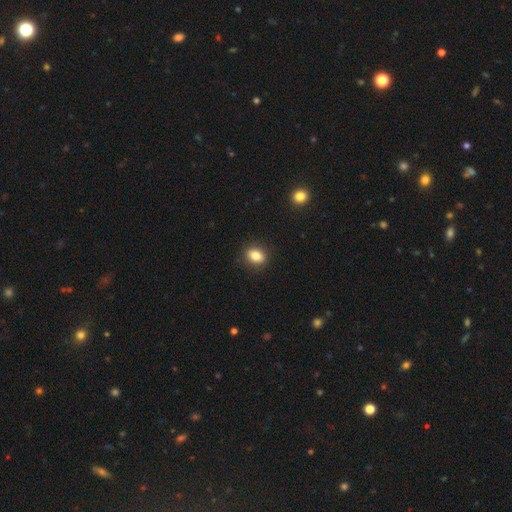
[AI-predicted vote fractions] Smooth or featured?
  - smooth: 84% *
  - star or artifact: 9%
  - featured or disk: 7%
How rounded?
  - in between: 64% *
  - round: 35%
  - cigar-shaped: 2%
Merging?
  - none: 88% *
  - minor disturbance: 8%
  - major disturbance: 2%
  - merger: 1%